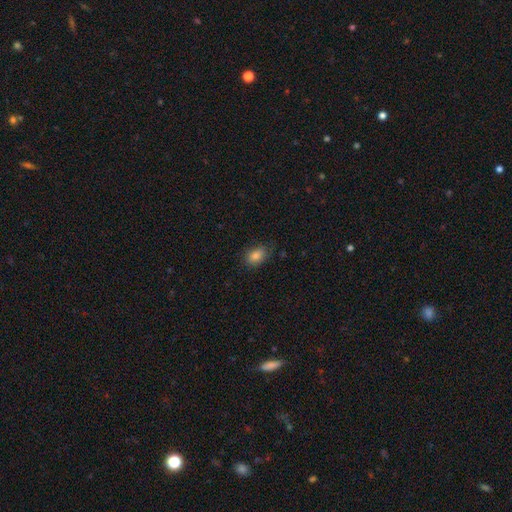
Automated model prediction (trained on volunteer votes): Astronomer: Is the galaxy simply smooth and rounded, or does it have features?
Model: smooth — 83%.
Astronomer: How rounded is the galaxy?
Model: in between — 82%.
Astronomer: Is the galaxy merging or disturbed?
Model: none — 76%.